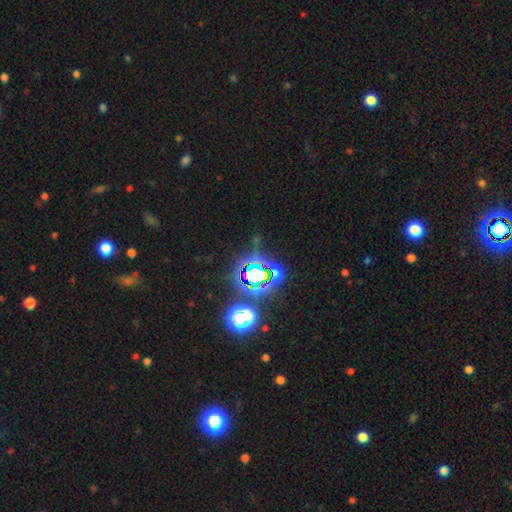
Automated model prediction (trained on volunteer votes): The model was most divided on "smooth or featured": star or artifact: 80%, smooth: 13%, featured or disk: 7%.